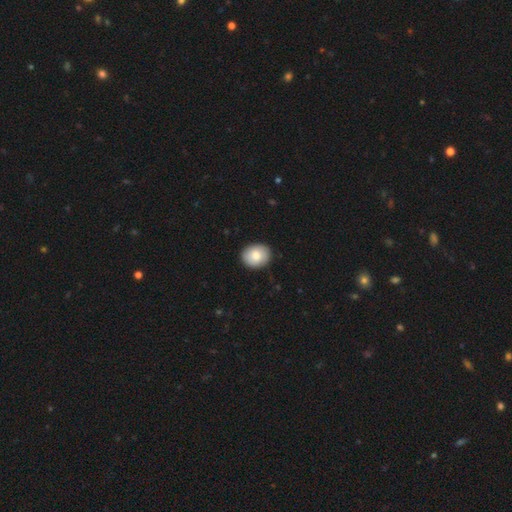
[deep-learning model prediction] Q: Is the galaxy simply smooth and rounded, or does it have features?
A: smooth — 81%.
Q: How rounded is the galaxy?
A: round — 60%.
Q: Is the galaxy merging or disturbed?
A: none — 90%.